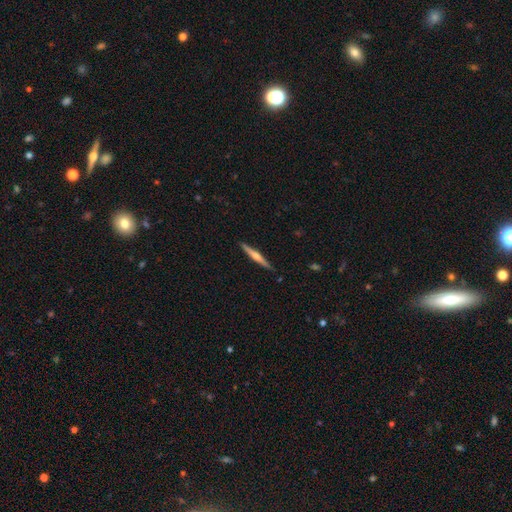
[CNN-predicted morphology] Smooth or featured? featured or disk (65%)
Edge-on disk? yes (98%)
Edge-on bulge? rounded (81%)
Merging? none (91%)